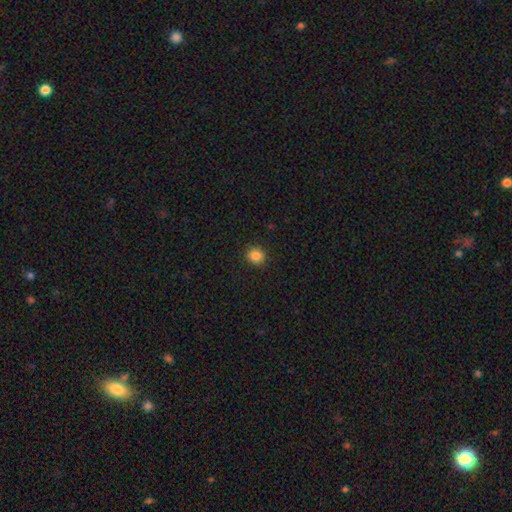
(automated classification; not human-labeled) smooth_or_featured: smooth (p=0.85) [alt: star or artifact p=0.11]
how_rounded: round (p=0.85) [alt: in between p=0.14]
merging: none (p=0.91) [alt: minor disturbance p=0.06]